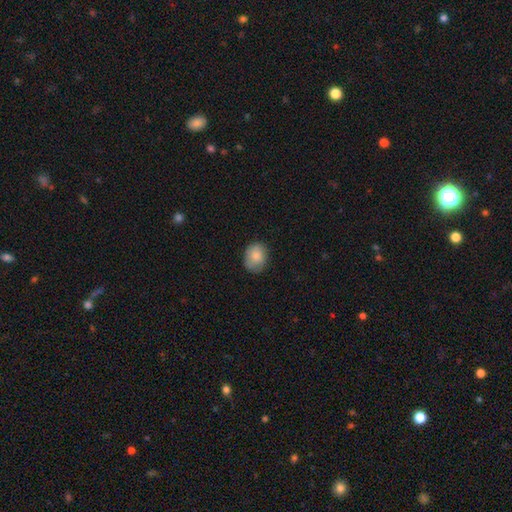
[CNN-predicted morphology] This appears to be a smooth galaxy with no disk features (85%) that is in between round and cigar-shaped (56%). Merging: none (77%).